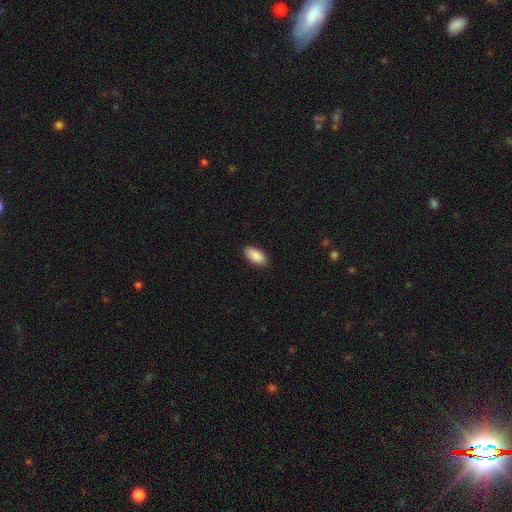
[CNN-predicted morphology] Smooth or featured? smooth (90%)
How rounded? in between (93%)
Merging? none (88%)